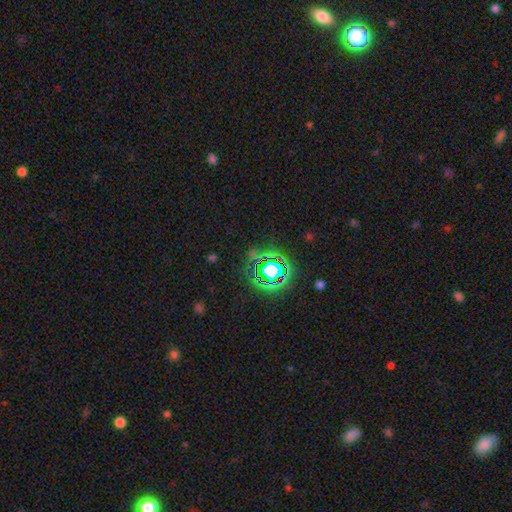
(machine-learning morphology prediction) type=star or artifact (78%).